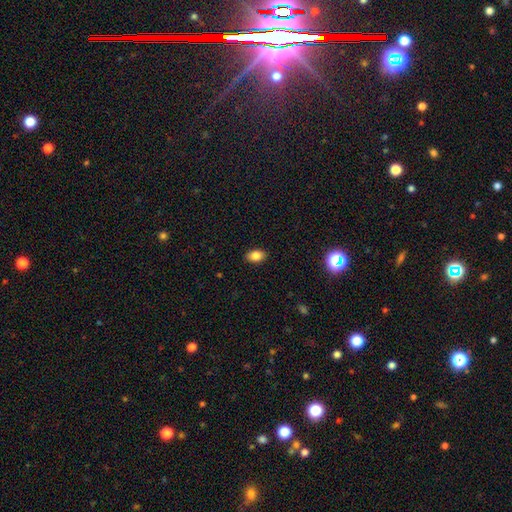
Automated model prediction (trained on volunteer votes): A smooth galaxy with no disk features (84%) that is in between round and cigar-shaped (87%).

Vote fractions:
- Smooth or featured? smooth: 84% / star or artifact: 9% / featured or disk: 6%
- How rounded? in between: 87% / round: 12% / cigar-shaped: 2%
- Merging? none: 89% / minor disturbance: 8% / major disturbance: 2% / merger: 1%